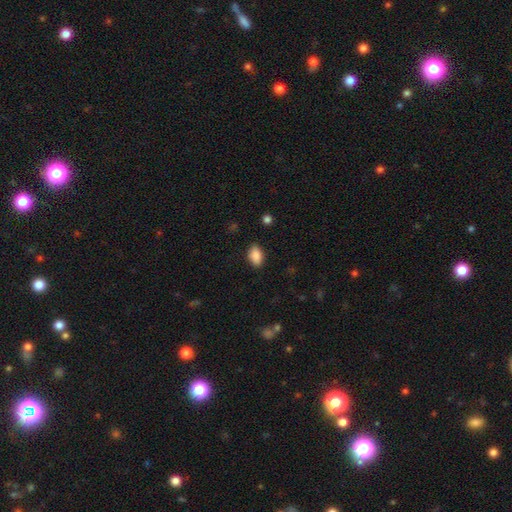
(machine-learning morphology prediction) Smooth or featured? smooth (88%)
How rounded? in between (89%)
Merging? none (87%)